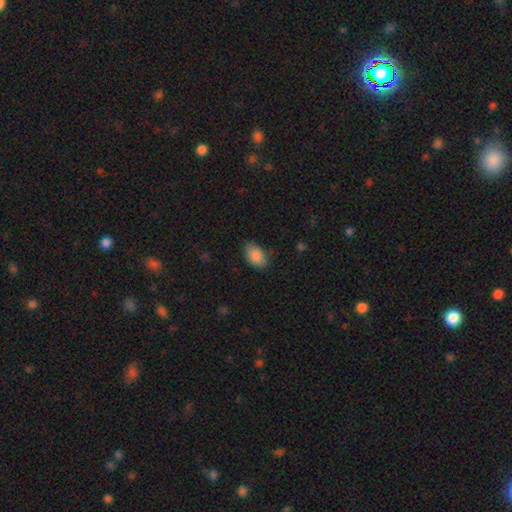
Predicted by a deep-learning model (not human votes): A smooth galaxy with no disk features (88%) that is in between round and cigar-shaped (90%).

Vote fractions:
- Smooth or featured? smooth: 88% / star or artifact: 7% / featured or disk: 5%
- How rounded? in between: 90% / round: 9% / cigar-shaped: 1%
- Merging? none: 79% / minor disturbance: 16% / major disturbance: 3% / merger: 1%